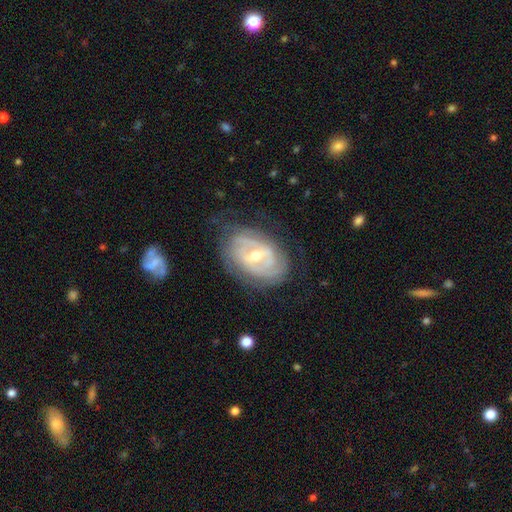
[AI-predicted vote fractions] Overall: featured or disk (83%). Edge-on disk: no (95%). Bar: weak (45%; strong 35%). Spiral arms: yes (84%). Spiral arm count: can't tell (41%; 2 33%). Spiral winding: tight (69%). Bulge size: moderate (64%; small 32%). Merging: none (71%).